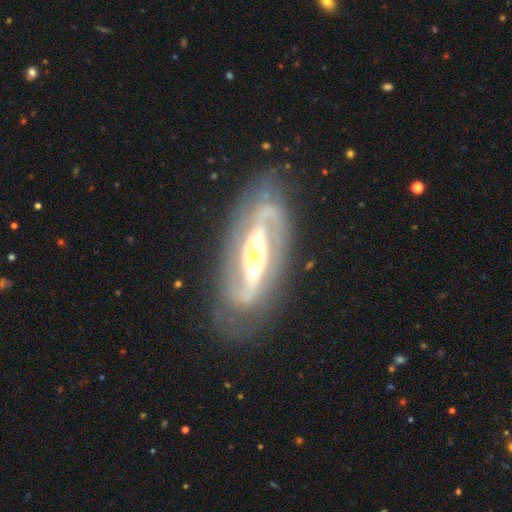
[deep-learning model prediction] smooth-or-featured: featured or disk: 87% | smooth: 8% | star or artifact: 5%
  disk-edge-on: no: 89% | yes: 11%
    bar: strong: 54% | weak: 24% | no: 23%
    has-spiral-arms: yes: 89% | no: 11%
      spiral-winding: medium: 43% | tight: 39% | loose: 17%
      spiral-arm-count: 2: 84% | can't tell: 8% | 1: 3% | 3: 2% | 4: 1% | more than 4: 1%
    bulge-size: moderate: 52% | large: 23% | small: 19% | dominant: 3% | none: 2%
  merging: none: 74% | minor disturbance: 16% | major disturbance: 9% | merger: 2%